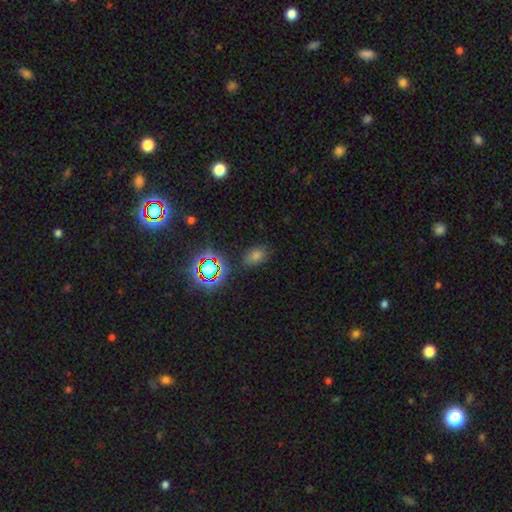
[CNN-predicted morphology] Smooth or featured: smooth — 56% (star or artifact — 35%)
How rounded: in between — 70% (round — 28%)
Merging: none — 82% (minor disturbance — 12%)